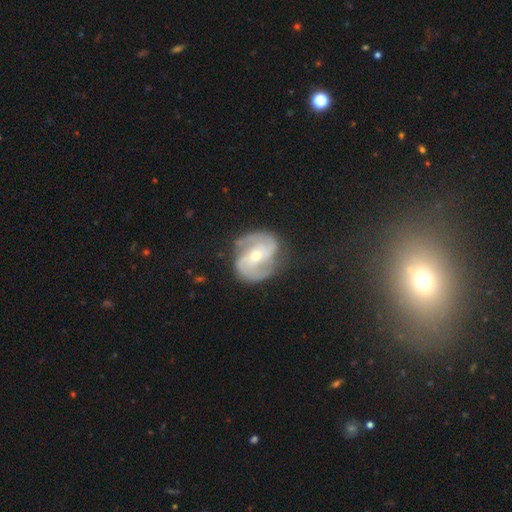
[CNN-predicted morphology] smooth_or_featured: featured or disk (p=0.87) [alt: smooth p=0.07]
disk_edge_on: no (p=0.98) [alt: yes p=0.02]
bar: no (p=0.42) [alt: weak p=0.35]
has_spiral_arms: yes (p=0.97) [alt: no p=0.03]
spiral_winding: medium (p=0.51) [alt: tight p=0.31]
spiral_arm_count: 2 (p=0.83) [alt: 3 p=0.07]
bulge_size: small (p=0.54) [alt: moderate p=0.42]
merging: none (p=0.75) [alt: minor disturbance p=0.17]